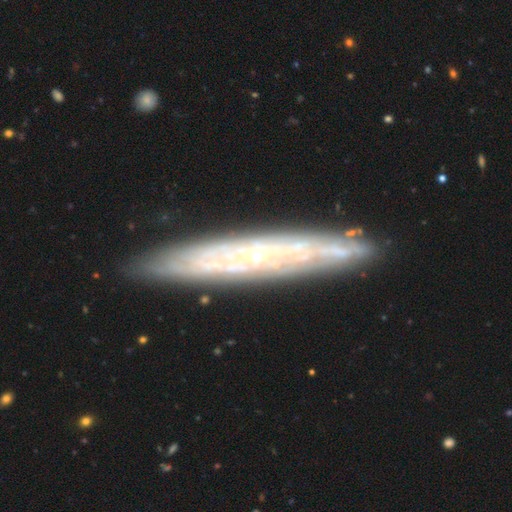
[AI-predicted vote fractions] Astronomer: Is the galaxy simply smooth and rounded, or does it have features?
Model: featured or disk — 79%.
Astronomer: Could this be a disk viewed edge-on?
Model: yes — 62% (runner-up: no, 38%).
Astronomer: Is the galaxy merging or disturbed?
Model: none — 85%.